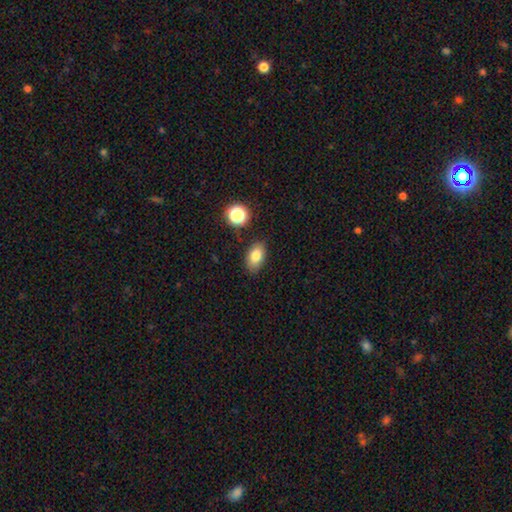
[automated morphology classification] smooth_or_featured: smooth (p=0.81) [alt: star or artifact p=0.10]
how_rounded: in between (p=0.88) [alt: round p=0.10]
merging: none (p=0.82) [alt: minor disturbance p=0.12]